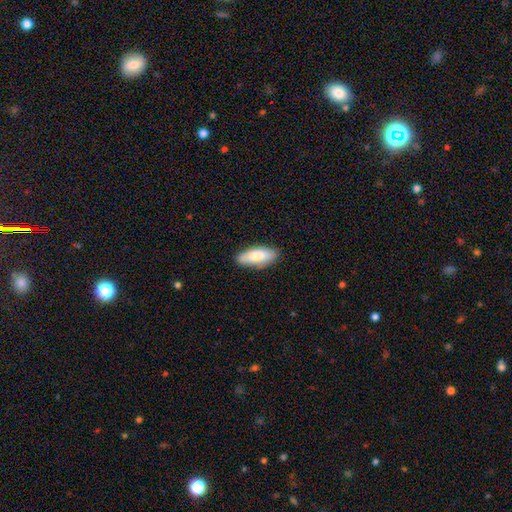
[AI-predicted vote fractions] The model was most divided on "how rounded": in between: 76%, cigar-shaped: 23%, round: 2%. More confident: merging — none (84%); smooth or featured — smooth (80%).